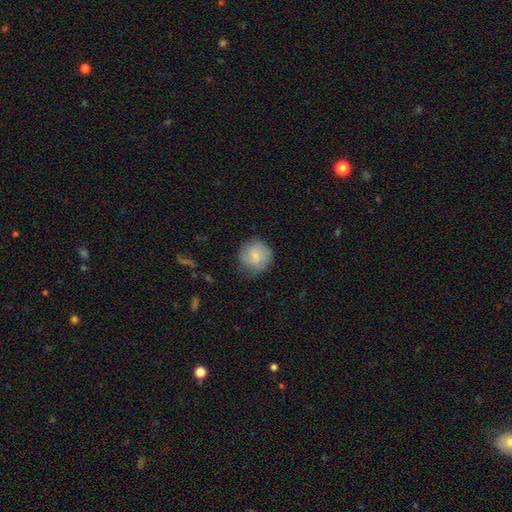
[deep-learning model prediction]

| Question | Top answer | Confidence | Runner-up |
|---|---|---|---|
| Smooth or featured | smooth | 73% | featured or disk (20%) |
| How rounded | round | 90% | in between (9%) |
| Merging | none | 71% | minor disturbance (21%) |